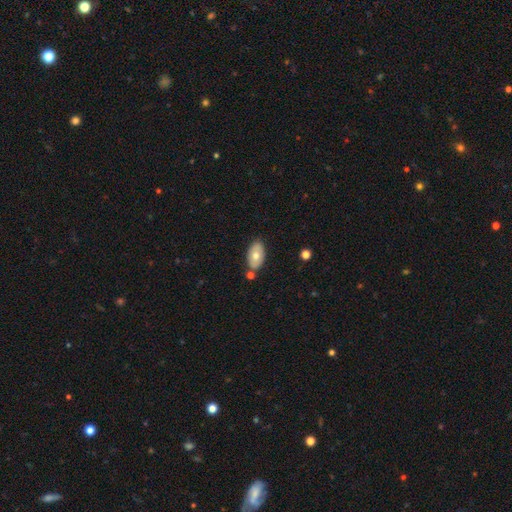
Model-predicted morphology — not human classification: Q: Smooth or featured?
A: smooth (66%); runner-up: featured or disk (27%)
Q: How rounded?
A: in between (93%); runner-up: round (5%)
Q: Merging?
A: none (75%); runner-up: minor disturbance (13%)